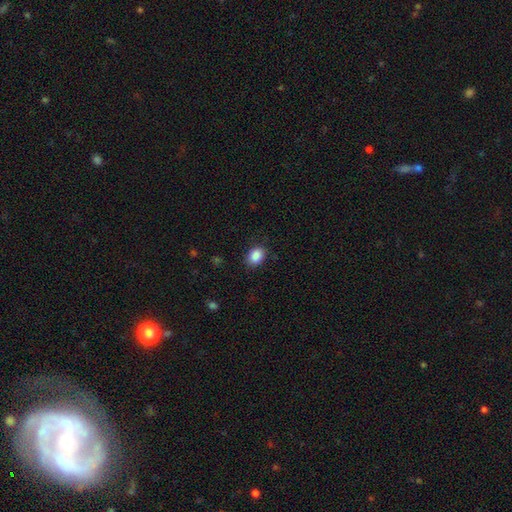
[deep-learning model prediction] Smooth or featured?
  - smooth: 88% *
  - star or artifact: 8%
  - featured or disk: 3%
How rounded?
  - in between: 66% *
  - round: 33%
  - cigar-shaped: 1%
Merging?
  - none: 85% *
  - minor disturbance: 11%
  - major disturbance: 3%
  - merger: 1%